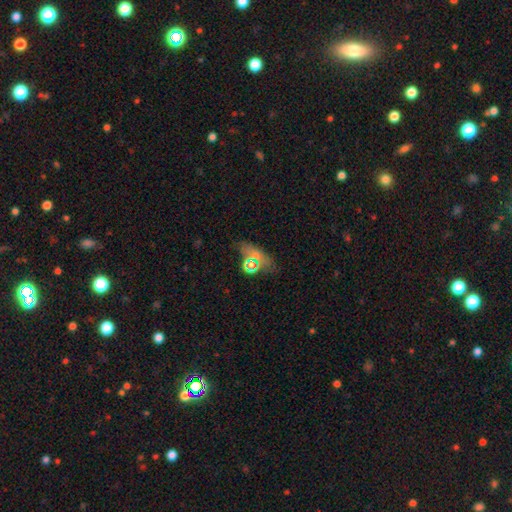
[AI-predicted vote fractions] A smooth galaxy with no disk features (52%) that is in between round and cigar-shaped (67%). Merging: none (69%).